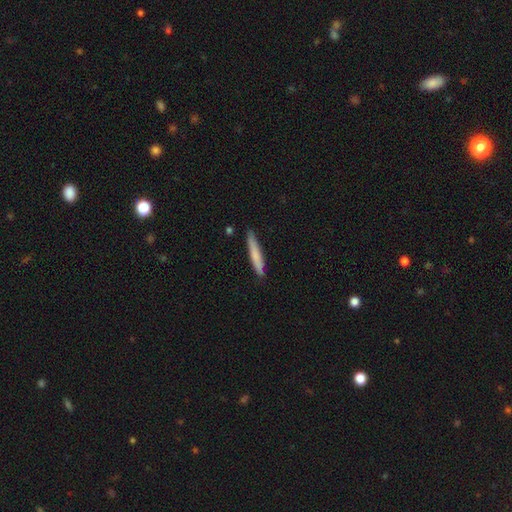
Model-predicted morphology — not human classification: Overall: smooth (73%). How rounded: cigar-shaped (94%). Merging: none (86%).